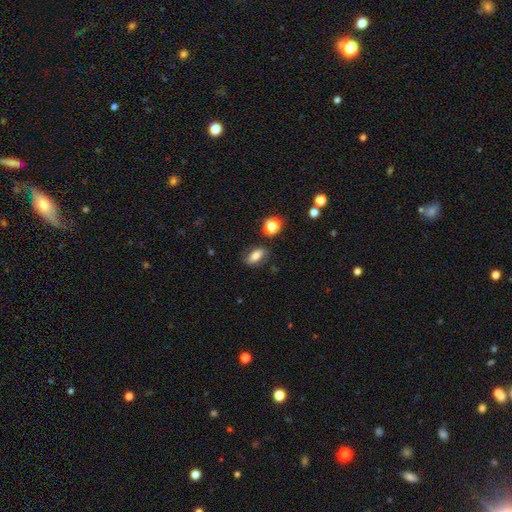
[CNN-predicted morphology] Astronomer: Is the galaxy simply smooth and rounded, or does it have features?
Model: smooth — 70%.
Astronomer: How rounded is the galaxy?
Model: in between — 80%.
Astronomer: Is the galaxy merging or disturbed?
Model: none — 77%.